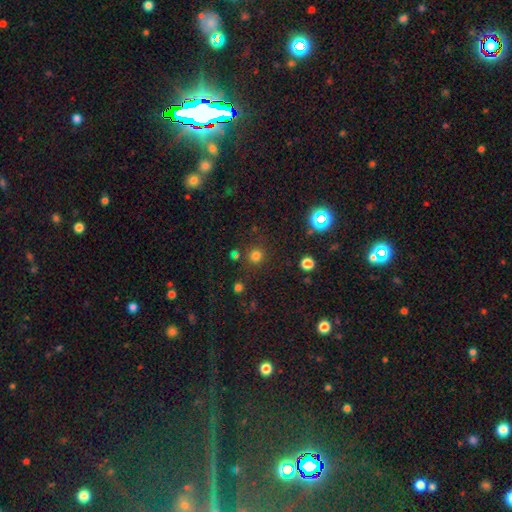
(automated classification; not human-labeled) A smooth galaxy with no disk features (73%) that is round (91%). Merging: none (83%).